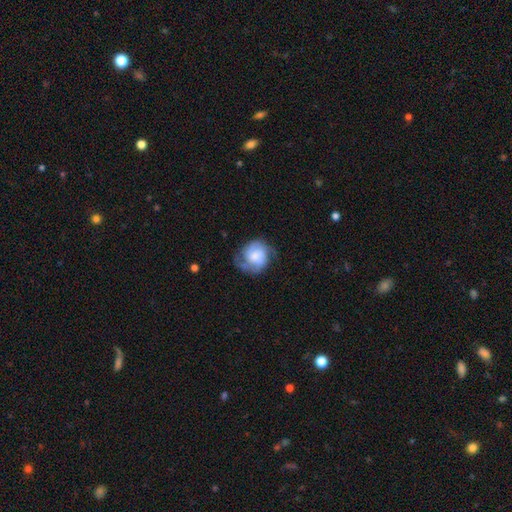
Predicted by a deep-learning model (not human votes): The model was most divided on "bulge size" (2-way tie): moderate: 33%, small: 33%, large: 16%, none: 15%, dominant: 3%. Remaining: edge-on disk — no (98%); spiral arms — yes (90%); bar — no (64%); smooth or featured — featured or disk (64%); merging — none (60%); spiral arm count — 2 (57%); spiral winding — medium (43%).